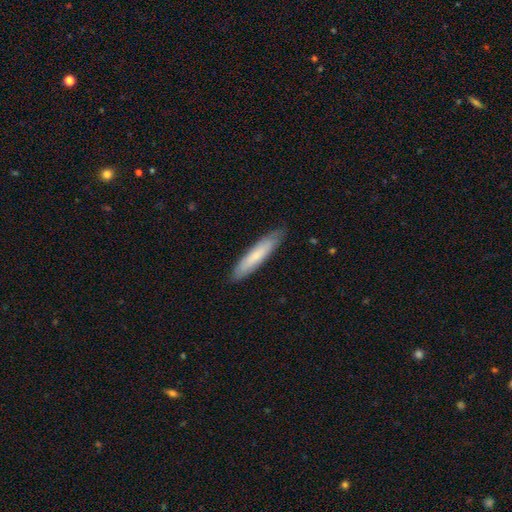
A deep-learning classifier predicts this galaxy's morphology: Smooth or featured? smooth (69%)
How rounded? cigar-shaped (87%)
Merging? none (86%)